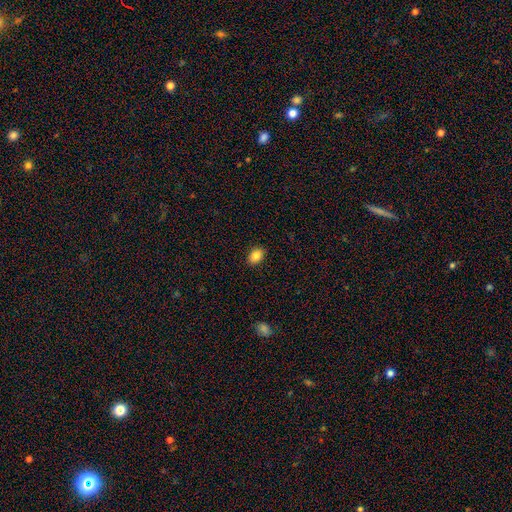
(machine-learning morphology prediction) This appears to be a smooth galaxy with no disk features (85%) that is in between round and cigar-shaped (73%). Merging: none (90%).